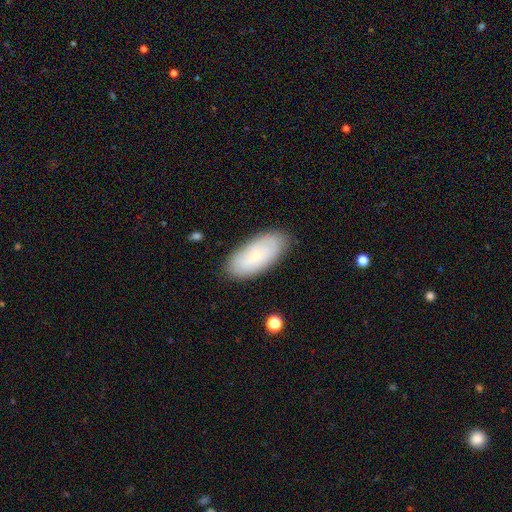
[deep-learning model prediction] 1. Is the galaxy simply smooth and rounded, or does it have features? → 65% smooth, 27% featured or disk, 7% star or artifact.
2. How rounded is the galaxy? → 90% in between, 8% cigar-shaped, 2% round.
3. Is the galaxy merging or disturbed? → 83% none, 13% minor disturbance, 3% major disturbance, 1% merger.